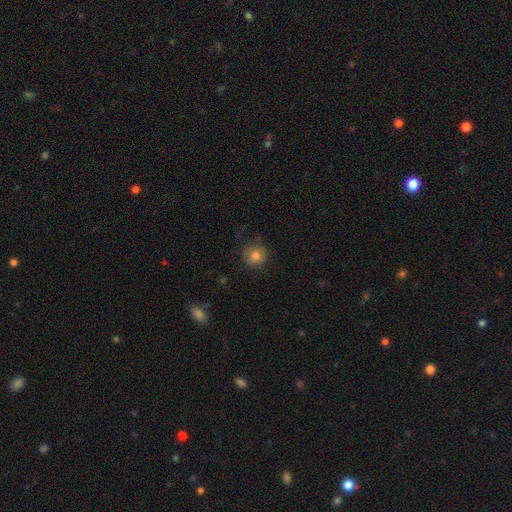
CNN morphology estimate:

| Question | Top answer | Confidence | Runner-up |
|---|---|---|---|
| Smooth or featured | smooth | 79% | star or artifact (11%) |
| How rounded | round | 92% | in between (7%) |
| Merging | none | 81% | minor disturbance (14%) |